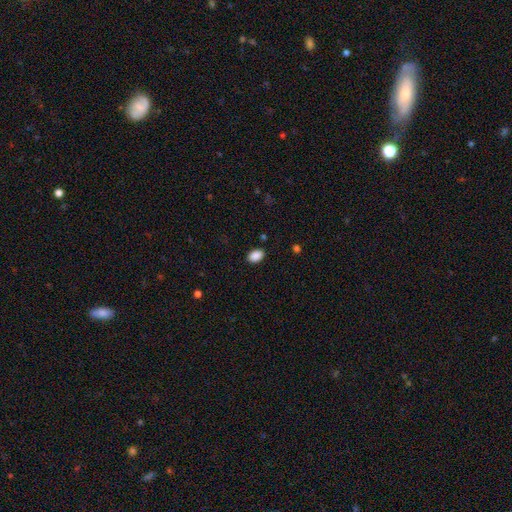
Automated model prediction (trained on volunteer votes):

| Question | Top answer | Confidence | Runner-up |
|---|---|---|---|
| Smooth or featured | smooth | 89% | star or artifact (8%) |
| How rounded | in between | 86% | round (13%) |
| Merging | none | 87% | minor disturbance (9%) |